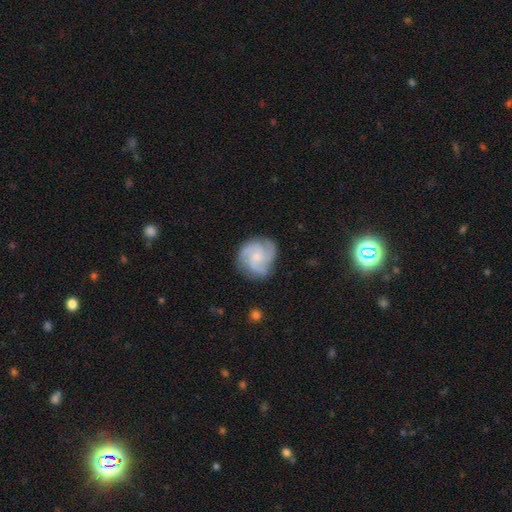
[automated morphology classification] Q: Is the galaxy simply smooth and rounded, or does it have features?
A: featured or disk — 83%.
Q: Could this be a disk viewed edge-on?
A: no — 98%.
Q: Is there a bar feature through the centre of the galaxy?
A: no — 73%.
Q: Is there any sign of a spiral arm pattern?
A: yes — 98%.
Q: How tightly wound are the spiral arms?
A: medium — 47%.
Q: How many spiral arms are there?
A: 3 — 68%.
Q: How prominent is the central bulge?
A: small — 66%.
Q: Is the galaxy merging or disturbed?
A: none — 79%.